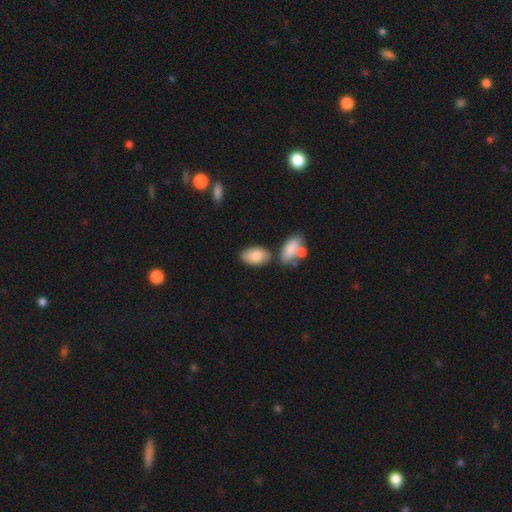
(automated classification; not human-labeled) Smooth or featured? Predicted: smooth (p=0.83). How rounded? Predicted: in between (p=0.93). Merging? Predicted: none (p=0.67).